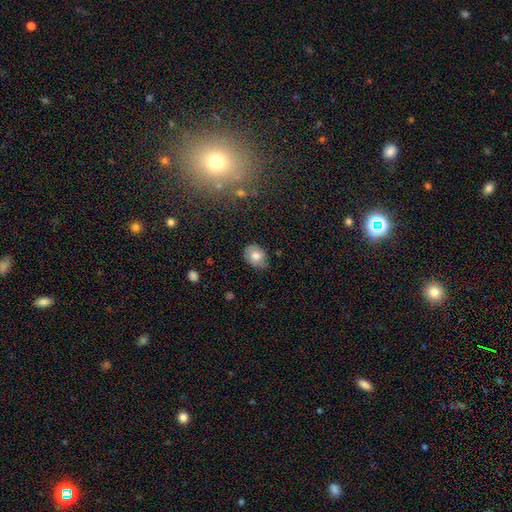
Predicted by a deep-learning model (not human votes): Smooth or featured: smooth — 73% (featured or disk — 18%)
How rounded: in between — 60% (round — 39%)
Merging: none — 67% (minor disturbance — 26%)